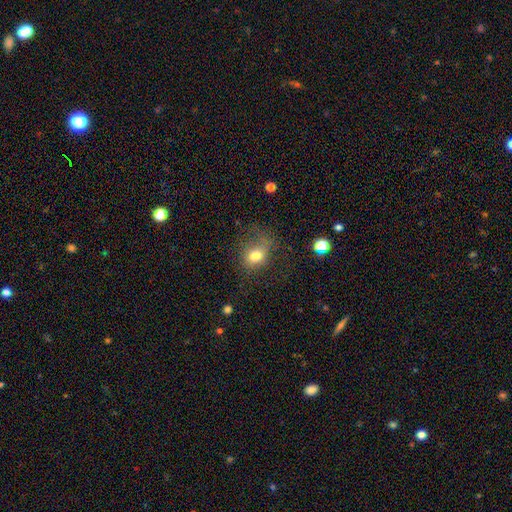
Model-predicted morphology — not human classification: smooth_or_featured: smooth (p=0.72) [alt: featured or disk p=0.15]
how_rounded: round (p=0.50) [alt: in between p=0.48]
merging: none (p=0.50) [alt: minor disturbance p=0.24]